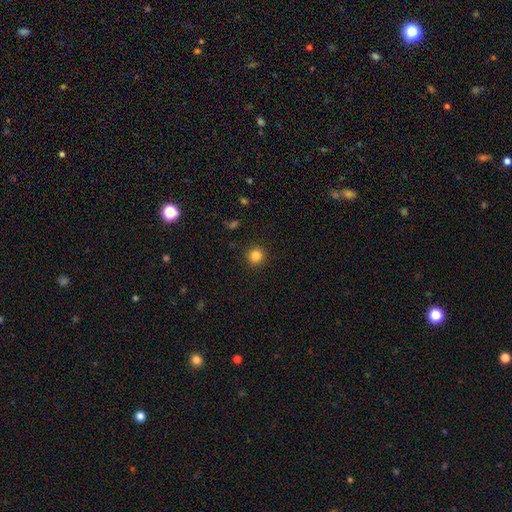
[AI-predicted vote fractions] Smooth or featured: smooth — 84% (star or artifact — 12%)
How rounded: round — 94% (in between — 5%)
Merging: none — 92% (minor disturbance — 5%)